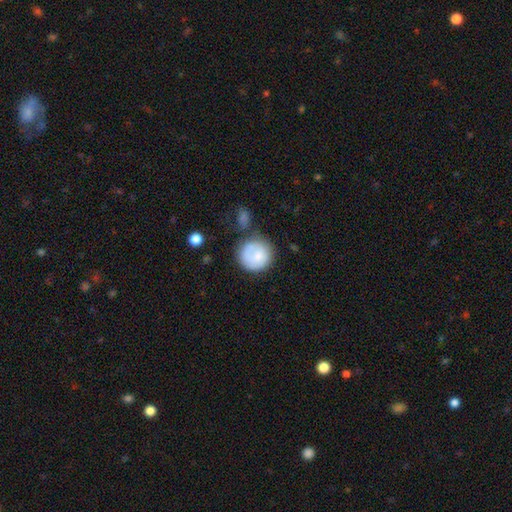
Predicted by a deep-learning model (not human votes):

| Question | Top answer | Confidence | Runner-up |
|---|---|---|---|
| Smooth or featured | smooth | 72% | featured or disk (21%) |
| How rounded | round | 92% | in between (7%) |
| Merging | none | 63% | minor disturbance (19%) |